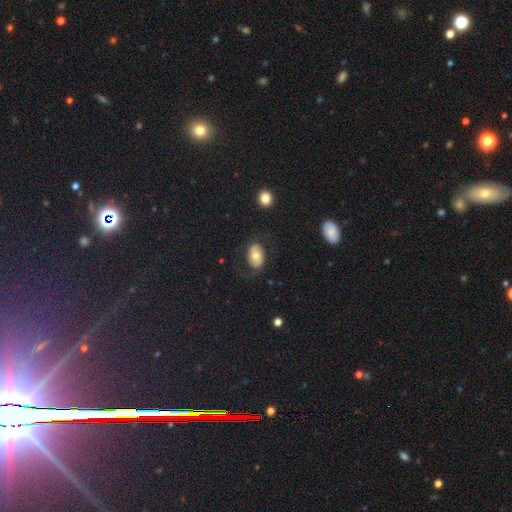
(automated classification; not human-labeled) This is possibly a smooth galaxy (58%). How rounded: clearly in between (85%). Merging: likely none (65%).